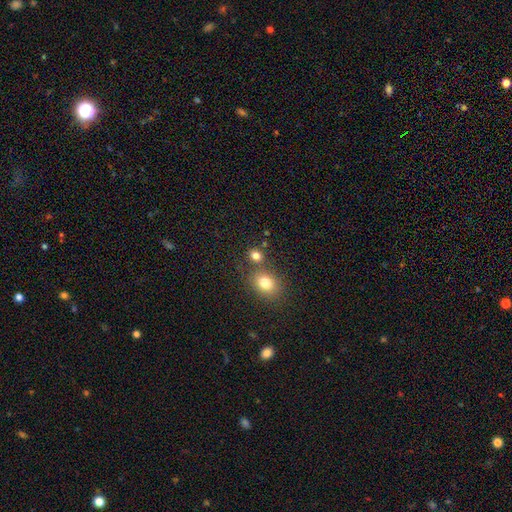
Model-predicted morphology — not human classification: smooth-or-featured: smooth: 79% | star or artifact: 14% | featured or disk: 7%
  how-rounded: round: 65% | in between: 34% | cigar-shaped: 1%
  merging: none: 61% | merger: 25% | minor disturbance: 9% | major disturbance: 4%